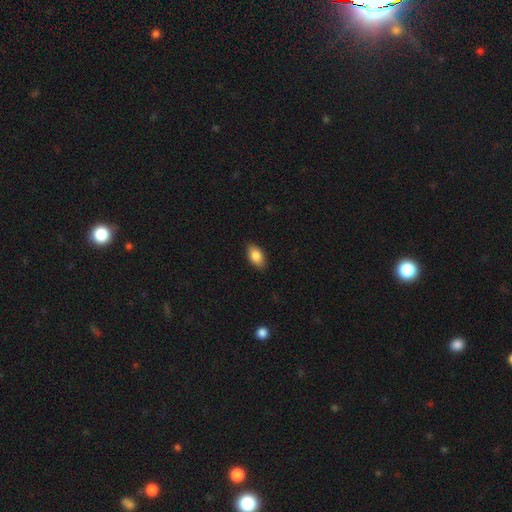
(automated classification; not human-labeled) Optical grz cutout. It shows a smooth galaxy with no disk features (85%) that is in between round and cigar-shaped (92%). Merging: none (88%).